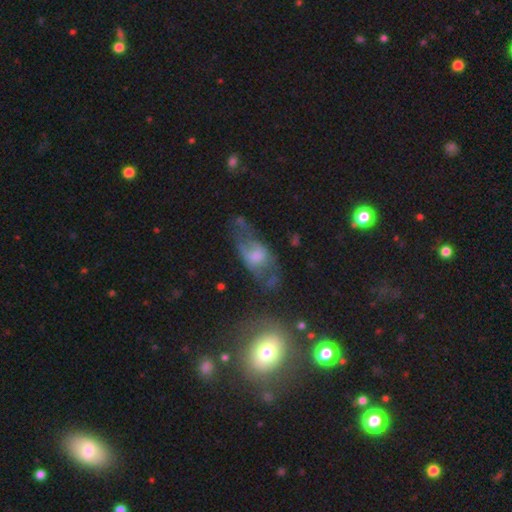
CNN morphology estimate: Q: Smooth or featured?
A: featured or disk (50%); runner-up: smooth (39%)
Q: Edge-on disk?
A: no (83%); runner-up: yes (17%)
Q: Merging?
A: none (34%); runner-up: major disturbance (33%)